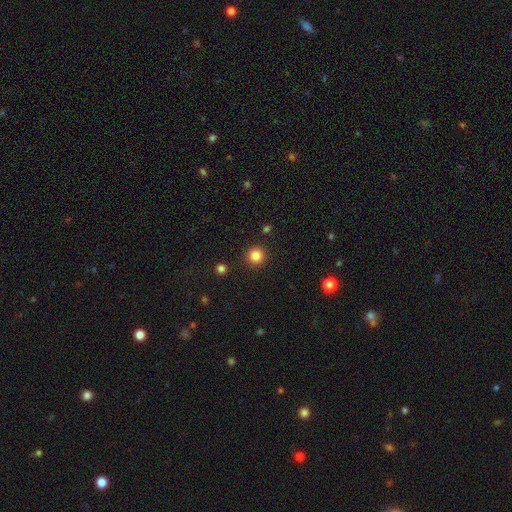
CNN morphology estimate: A smooth galaxy with no disk features (84%) that is round (95%). Merging: none (92%).